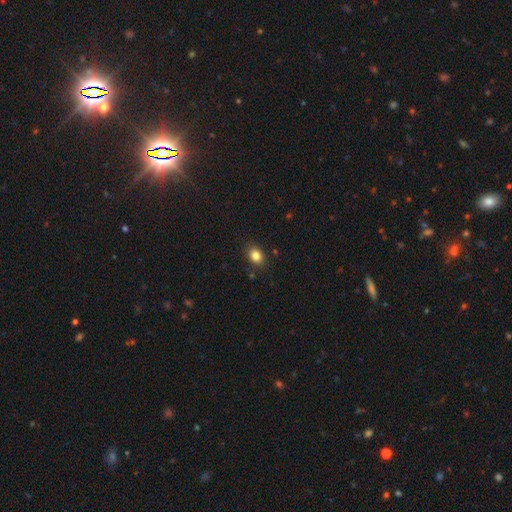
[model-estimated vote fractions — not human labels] Smooth or featured: smooth — 84% (star or artifact — 10%)
How rounded: in between — 60% (round — 39%)
Merging: none — 86% (minor disturbance — 10%)